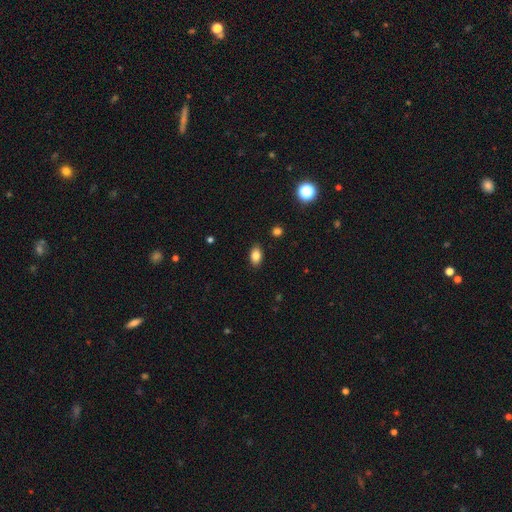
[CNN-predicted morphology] Q: Smooth or featured?
A: smooth (84%); runner-up: star or artifact (9%)
Q: How rounded?
A: in between (88%); runner-up: round (11%)
Q: Merging?
A: none (88%); runner-up: minor disturbance (9%)